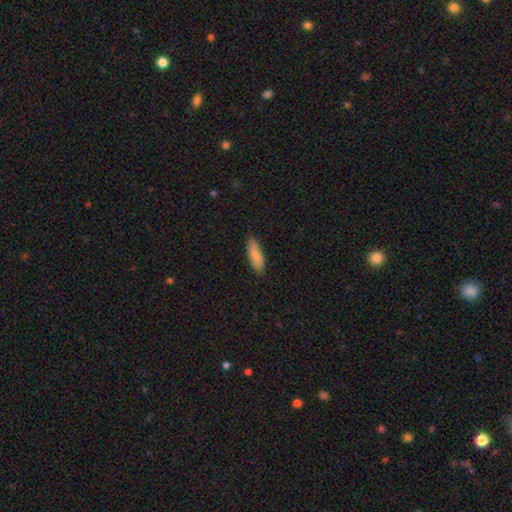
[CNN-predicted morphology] The model was most divided on "how rounded": in between: 61%, cigar-shaped: 37%, round: 2%. More confident: merging — none (86%); smooth or featured — smooth (82%).